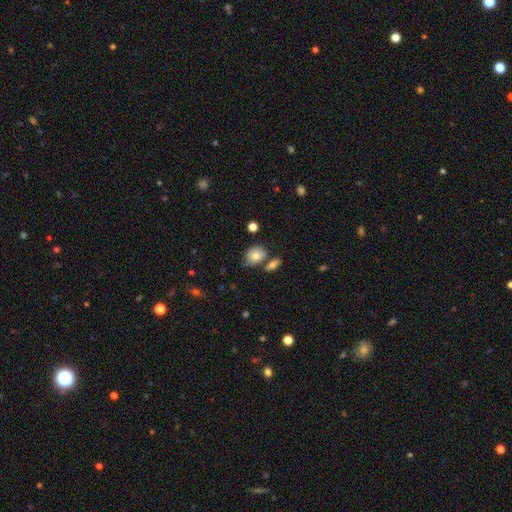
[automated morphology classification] Smooth or featured? smooth (77%)
How rounded? in between (61%)
Merging? none (59%)